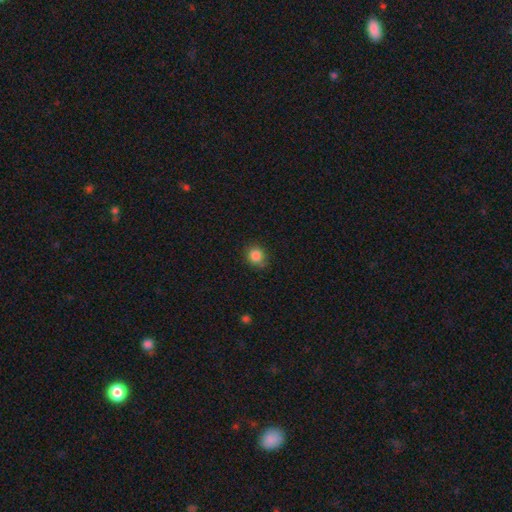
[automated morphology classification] A smooth galaxy with no disk features (86%) that is round (83%).

Vote fractions:
- Smooth or featured? smooth: 86% / star or artifact: 11% / featured or disk: 4%
- How rounded? round: 83% / in between: 16% / cigar-shaped: 1%
- Merging? none: 84% / minor disturbance: 12% / major disturbance: 3% / merger: 1%